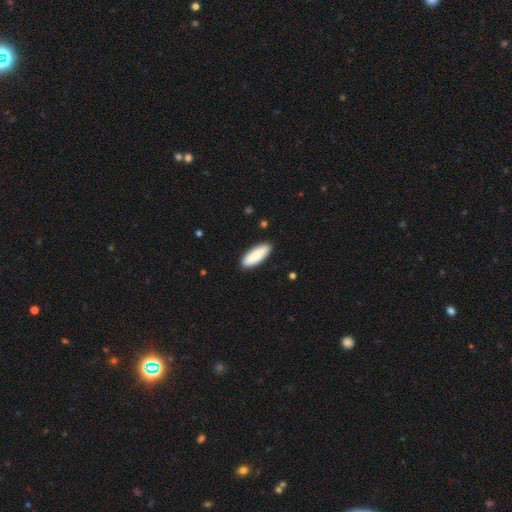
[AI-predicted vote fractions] Overall: smooth (87%). How rounded: in between (70%). Merging: none (89%).